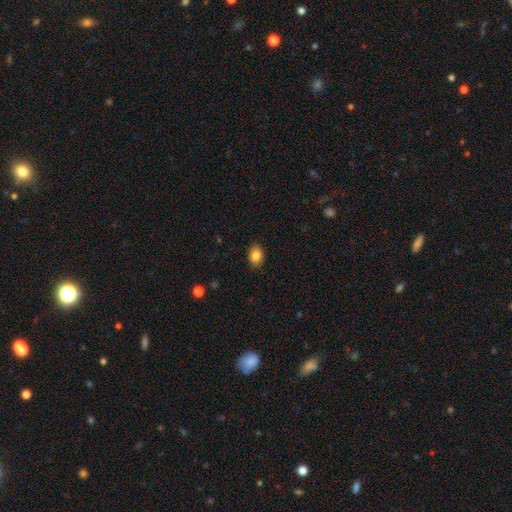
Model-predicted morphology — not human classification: Q: Smooth or featured?
A: smooth (85%); runner-up: star or artifact (9%)
Q: How rounded?
A: in between (77%); runner-up: round (22%)
Q: Merging?
A: none (88%); runner-up: minor disturbance (8%)